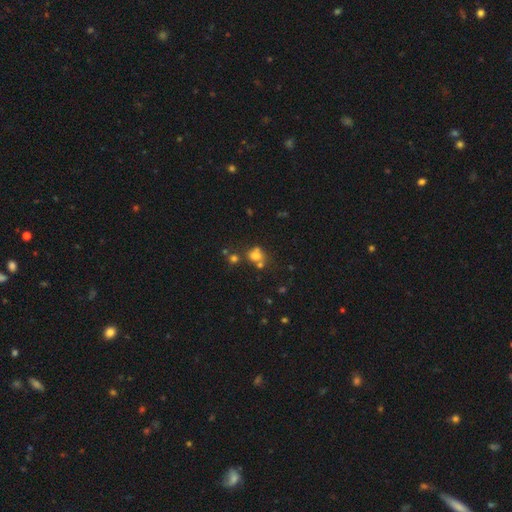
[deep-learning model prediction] smooth-or-featured: smooth: 68% | star or artifact: 19% | featured or disk: 13%
  how-rounded: round: 75% | in between: 24% | cigar-shaped: 1%
  merging: none: 46% | merger: 37% | minor disturbance: 11% | major disturbance: 6%